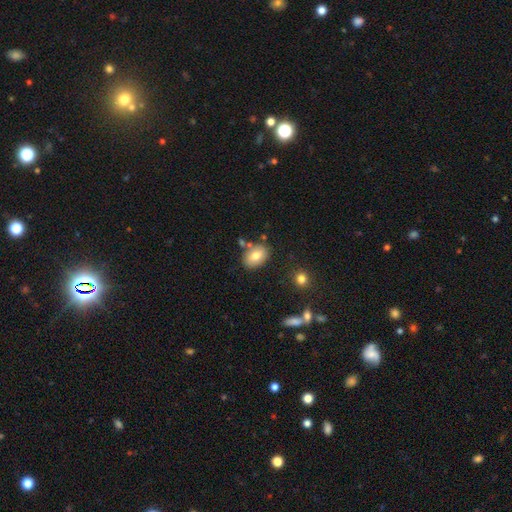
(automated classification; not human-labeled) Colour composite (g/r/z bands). It shows a smooth galaxy with no disk features (77%) that is in between round and cigar-shaped (83%). Merging: none (76%).